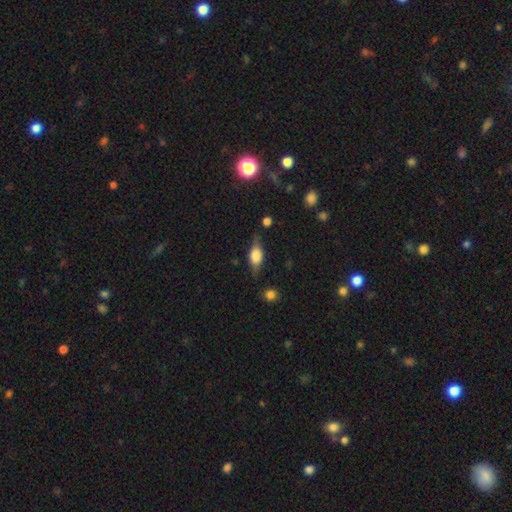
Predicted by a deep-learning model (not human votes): Morphology: type=smooth (55%); roundness=in between (76%); merging=none (68%).